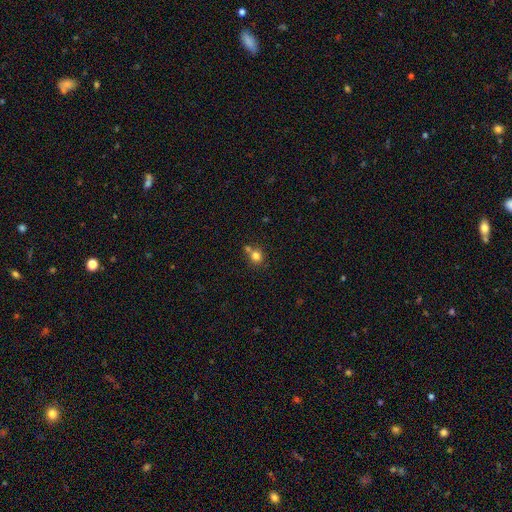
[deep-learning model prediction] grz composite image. It shows a smooth galaxy with no disk features (80%) that is round (84%). Merging: none (57%).